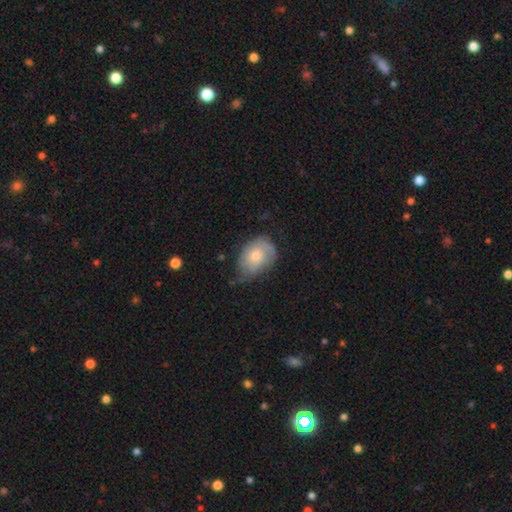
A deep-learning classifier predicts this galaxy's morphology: This appears to be a smooth galaxy with no disk features (50%). Merging: none (47%).